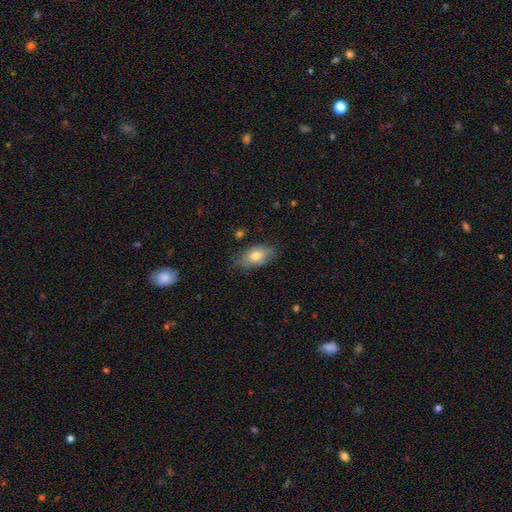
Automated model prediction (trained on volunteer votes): This is likely a smooth galaxy (73%). How rounded: clearly in between (90%). Merging: likely none (65%).